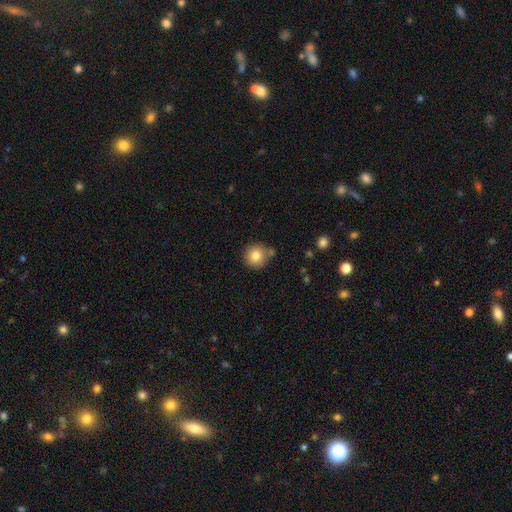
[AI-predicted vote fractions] Q: Smooth or featured?
A: smooth (80%); runner-up: star or artifact (11%)
Q: How rounded?
A: round (93%); runner-up: in between (6%)
Q: Merging?
A: none (75%); runner-up: minor disturbance (13%)